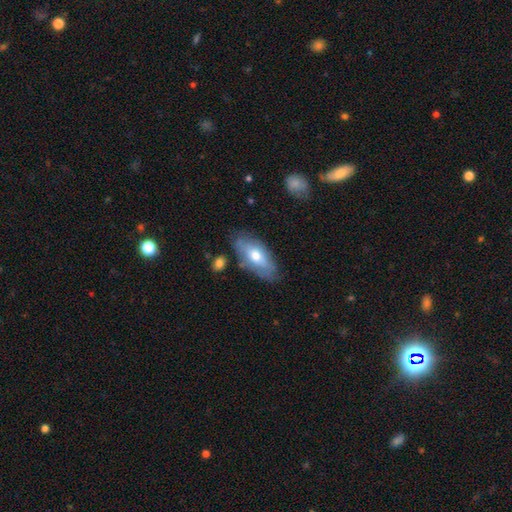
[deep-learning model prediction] Smooth or featured?
  - smooth: 60% *
  - featured or disk: 34%
  - star or artifact: 6%
How rounded?
  - in between: 85% *
  - cigar-shaped: 12%
  - round: 3%
Merging?
  - none: 71% *
  - minor disturbance: 20%
  - major disturbance: 5%
  - merger: 4%